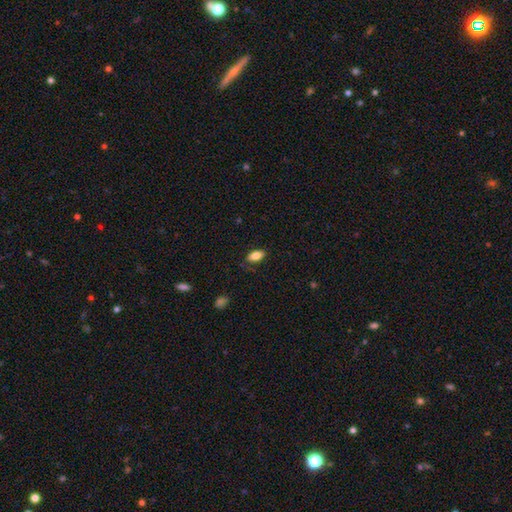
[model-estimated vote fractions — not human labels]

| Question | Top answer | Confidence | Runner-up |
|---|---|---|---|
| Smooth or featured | smooth | 83% | featured or disk (9%) |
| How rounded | in between | 90% | cigar-shaped (7%) |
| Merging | none | 82% | minor disturbance (13%) |